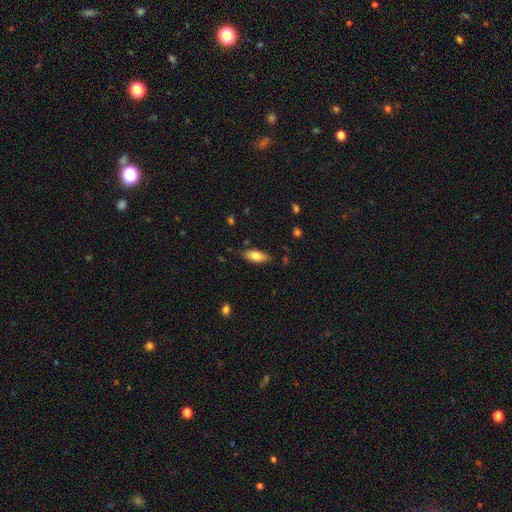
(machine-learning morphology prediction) smooth-or-featured: smooth: 79% | featured or disk: 14% | star or artifact: 7%
  how-rounded: in between: 79% | cigar-shaped: 19% | round: 2%
  merging: none: 82% | minor disturbance: 13% | major disturbance: 3% | merger: 2%